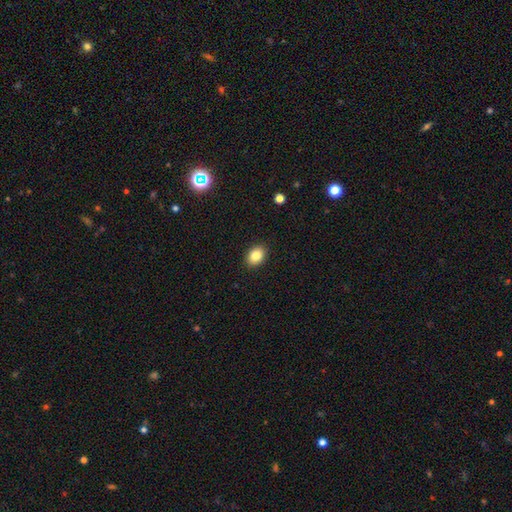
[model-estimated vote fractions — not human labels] This is clearly a smooth galaxy (85%). How rounded: likely in between (71%). Merging: clearly none (90%).